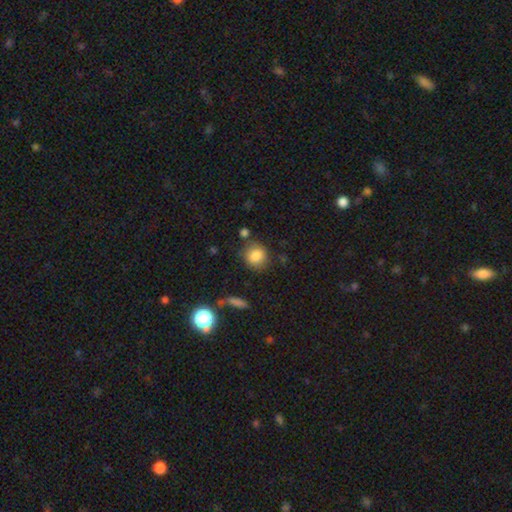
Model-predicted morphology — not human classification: smooth-or-featured: smooth: 84% | star or artifact: 9% | featured or disk: 7%
  how-rounded: round: 82% | in between: 16% | cigar-shaped: 1%
  merging: none: 77% | minor disturbance: 14% | merger: 5% | major disturbance: 4%